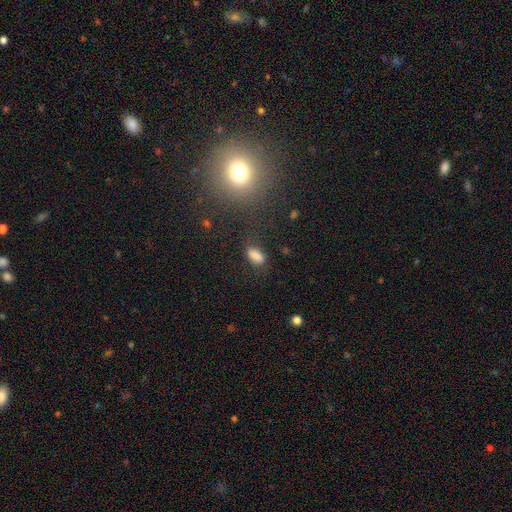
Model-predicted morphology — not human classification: Q: Smooth or featured?
A: smooth (81%); runner-up: star or artifact (11%)
Q: How rounded?
A: in between (86%); runner-up: cigar-shaped (8%)
Q: Merging?
A: none (69%); runner-up: minor disturbance (20%)